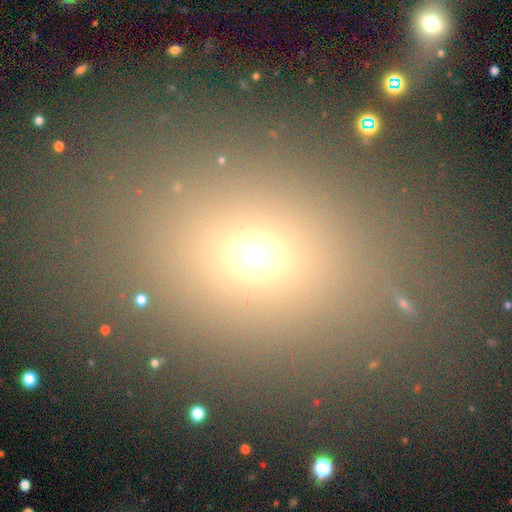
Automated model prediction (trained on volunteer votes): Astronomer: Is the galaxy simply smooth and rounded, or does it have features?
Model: smooth — 67%.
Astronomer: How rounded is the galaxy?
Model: in between — 53% (runner-up: round, 44%).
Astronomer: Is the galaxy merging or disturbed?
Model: none — 77%.